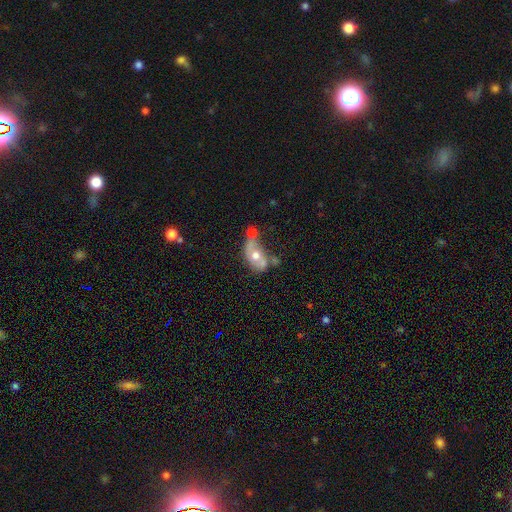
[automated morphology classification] The model was most divided on "smooth or featured": featured or disk: 50%, smooth: 43%, star or artifact: 8%. Remaining: merging — merger (41%).